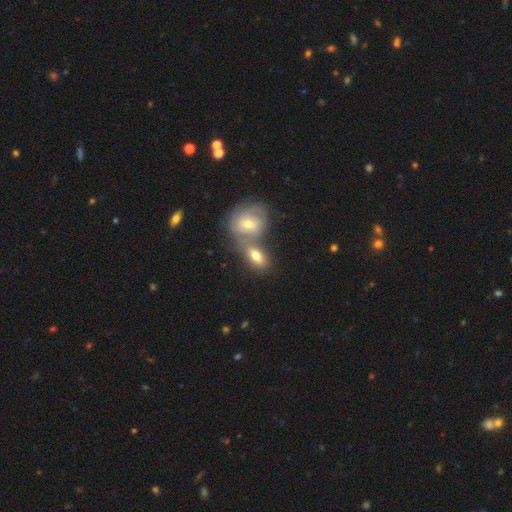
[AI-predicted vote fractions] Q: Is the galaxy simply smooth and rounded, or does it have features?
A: smooth — 64%.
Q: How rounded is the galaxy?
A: in between — 81%.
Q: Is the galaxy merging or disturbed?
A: merger — 50%.